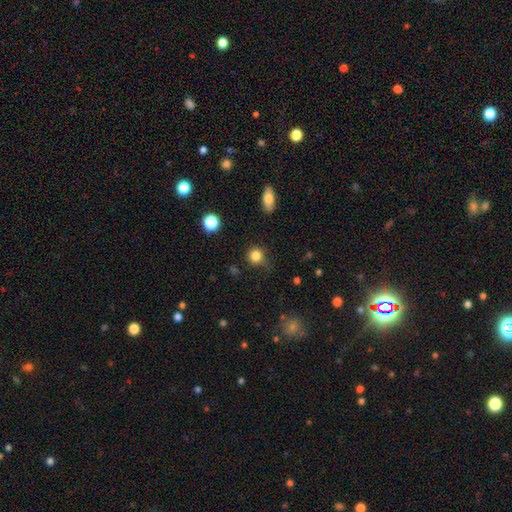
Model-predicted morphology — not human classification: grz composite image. It shows a smooth galaxy with no disk features (83%) that is round (90%). Merging: none (73%).